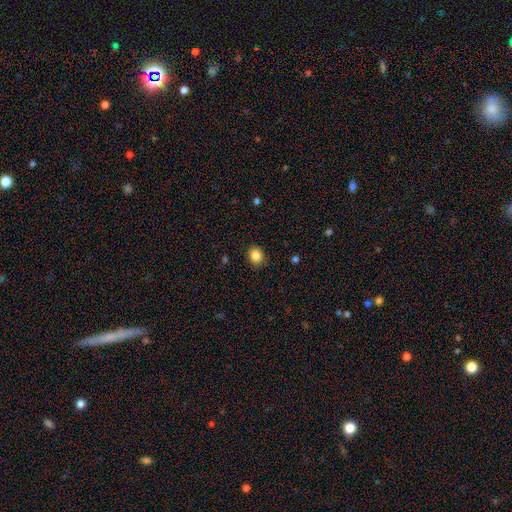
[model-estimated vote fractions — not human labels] Smooth or featured: smooth — 85% (star or artifact — 10%)
How rounded: round — 68% (in between — 31%)
Merging: none — 88% (minor disturbance — 8%)